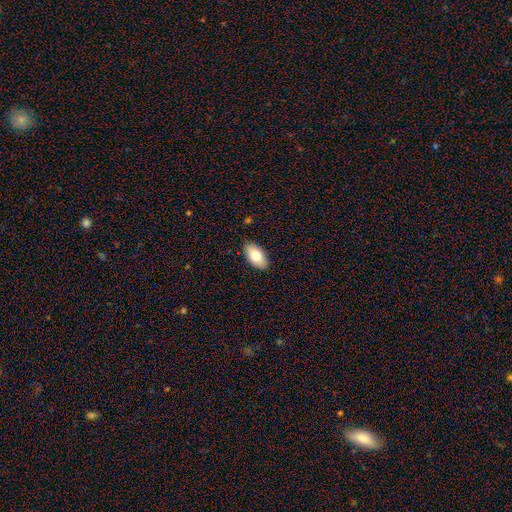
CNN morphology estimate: Smooth or featured: smooth — 78% (featured or disk — 16%)
How rounded: in between — 94% (round — 3%)
Merging: none — 88% (minor disturbance — 9%)